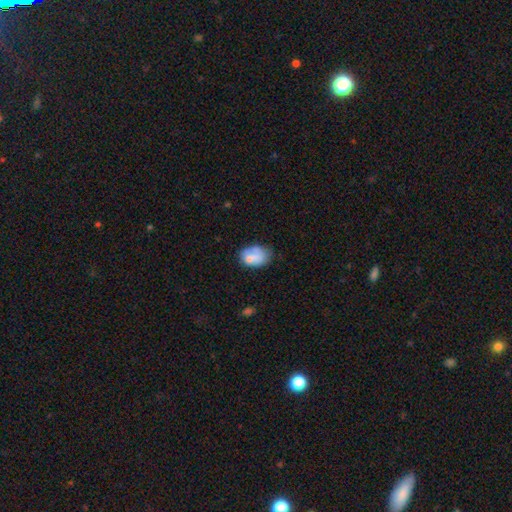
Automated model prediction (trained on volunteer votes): Overall: smooth (71%). How rounded: in between (80%). Merging: none (46%; minor disturbance 30%).